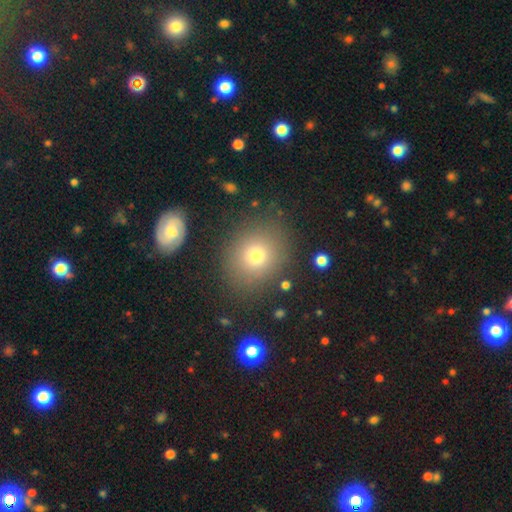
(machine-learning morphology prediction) smooth_or_featured: smooth (p=0.74) [alt: star or artifact p=0.15]
how_rounded: round (p=0.65) [alt: in between p=0.34]
merging: none (p=0.83) [alt: minor disturbance p=0.10]